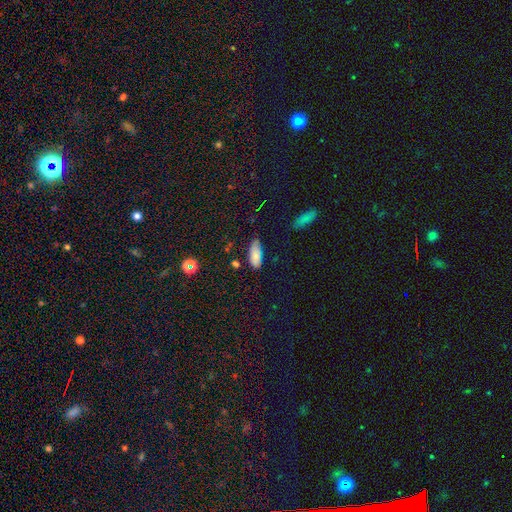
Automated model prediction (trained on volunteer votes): A smooth galaxy with no disk features (79%) that is in between round and cigar-shaped (80%).

Vote fractions:
- Smooth or featured? smooth: 79% / star or artifact: 12% / featured or disk: 9%
- How rounded? in between: 80% / cigar-shaped: 17% / round: 3%
- Merging? none: 70% / minor disturbance: 22% / major disturbance: 5% / merger: 3%